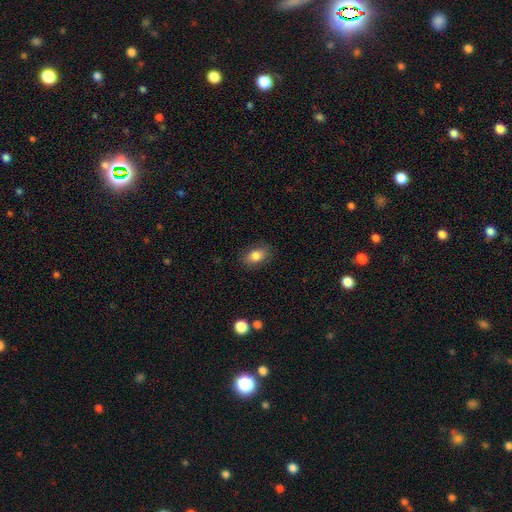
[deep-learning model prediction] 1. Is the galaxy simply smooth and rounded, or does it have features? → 82% smooth, 9% featured or disk, 9% star or artifact.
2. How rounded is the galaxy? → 84% in between, 14% round, 2% cigar-shaped.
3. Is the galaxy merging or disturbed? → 84% none, 12% minor disturbance, 3% major disturbance, 1% merger.